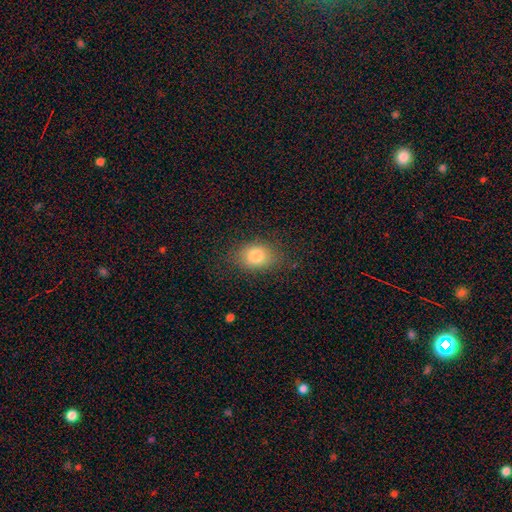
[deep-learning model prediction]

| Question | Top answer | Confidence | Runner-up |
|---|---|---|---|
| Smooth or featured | smooth | 82% | star or artifact (9%) |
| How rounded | in between | 71% | round (28%) |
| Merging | none | 78% | minor disturbance (15%) |